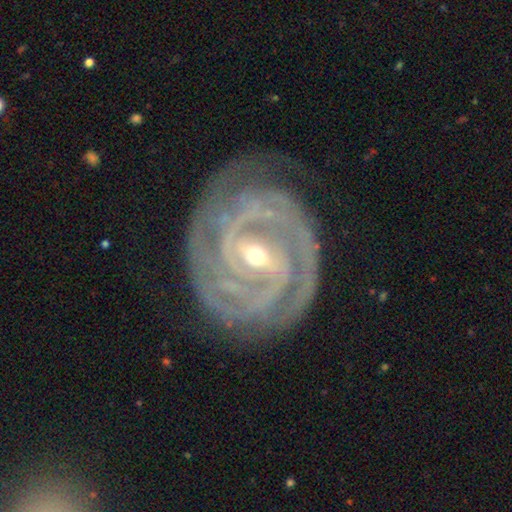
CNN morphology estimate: This appears to be a featured or disk galaxy (92%) with a strong bar (45%), 3 (29%) tight (83%) spiral arms (99%) and a small central bulge (53%). Merging: none (77%).